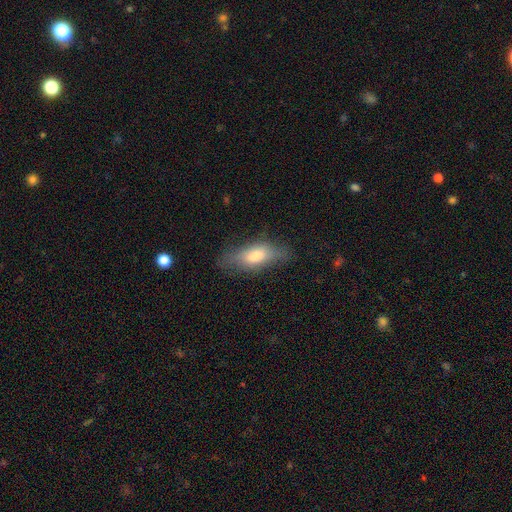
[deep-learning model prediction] smooth_or_featured: smooth (p=0.68) [alt: featured or disk p=0.25]
how_rounded: in between (p=0.66) [alt: cigar-shaped p=0.31]
merging: none (p=0.69) [alt: minor disturbance p=0.21]